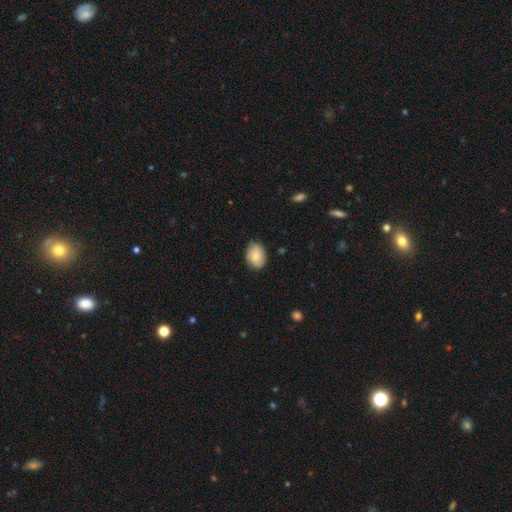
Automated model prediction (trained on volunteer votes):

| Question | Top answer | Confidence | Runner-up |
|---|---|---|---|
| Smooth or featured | smooth | 78% | featured or disk (15%) |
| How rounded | in between | 73% | round (26%) |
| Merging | none | 81% | minor disturbance (15%) |